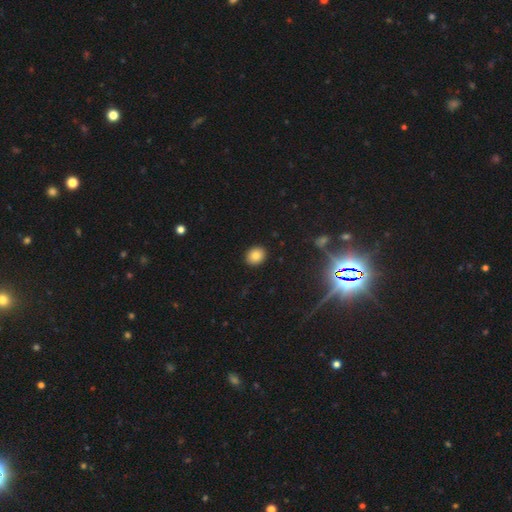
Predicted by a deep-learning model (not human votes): This is clearly a smooth galaxy (83%). How rounded: likely round (61%). Merging: clearly none (91%).